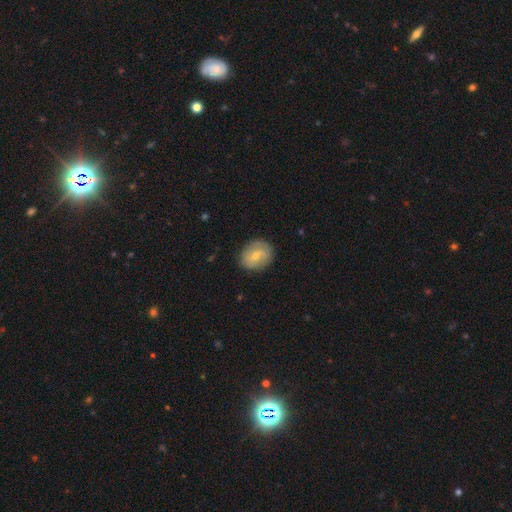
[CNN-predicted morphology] The model was most divided on "smooth or featured": smooth: 51%, featured or disk: 42%, star or artifact: 7%. More confident: merging — none (81%); how rounded — round (61%).